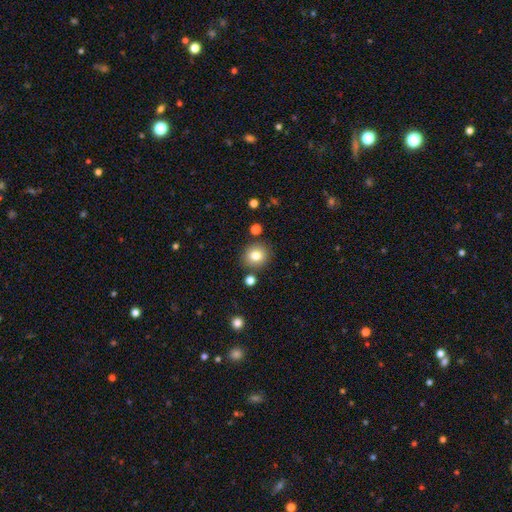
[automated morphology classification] Smooth or featured?
  - smooth: 80% *
  - star or artifact: 11%
  - featured or disk: 9%
How rounded?
  - round: 87% *
  - in between: 12%
  - cigar-shaped: 1%
Merging?
  - none: 85% *
  - minor disturbance: 8%
  - merger: 4%
  - major disturbance: 3%